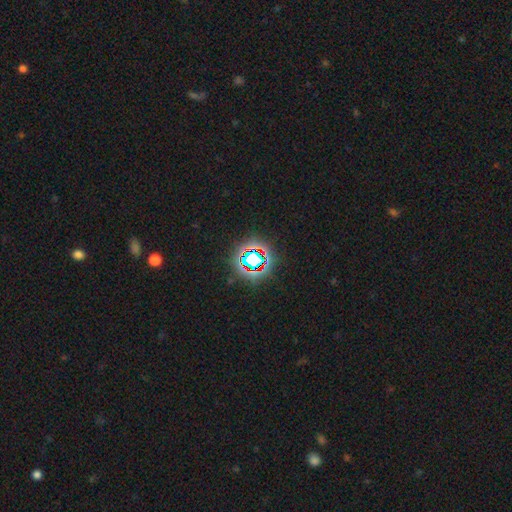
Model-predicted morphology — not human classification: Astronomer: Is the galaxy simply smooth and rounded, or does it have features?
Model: star or artifact — 78%.